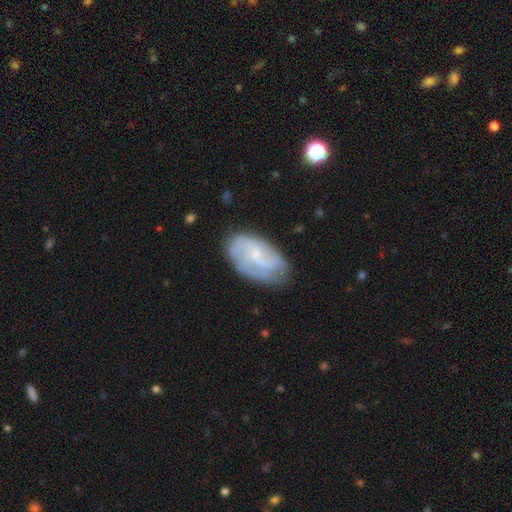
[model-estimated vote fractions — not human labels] featured or disk 66%, smooth 27%, star or artifact 7%. Down the decision tree: edge-on disk — no (96%); bar — no (49%); spiral arms — yes (85%); spiral arm count — 2 (36%, tied with can't tell); spiral winding — medium (42%); bulge size — small (64%); merging — none (67%).